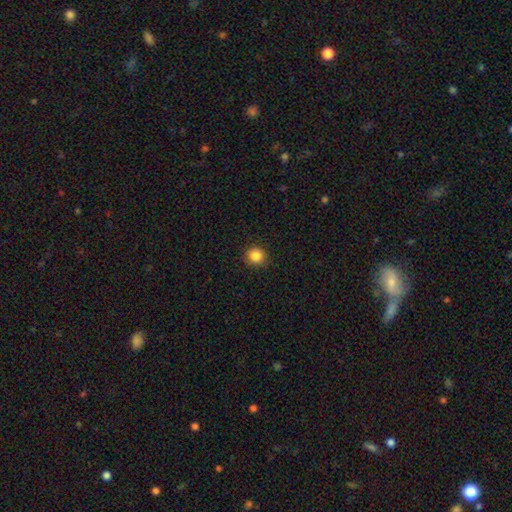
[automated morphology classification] Overall: smooth (86%). How rounded: round (90%). Merging: none (90%).